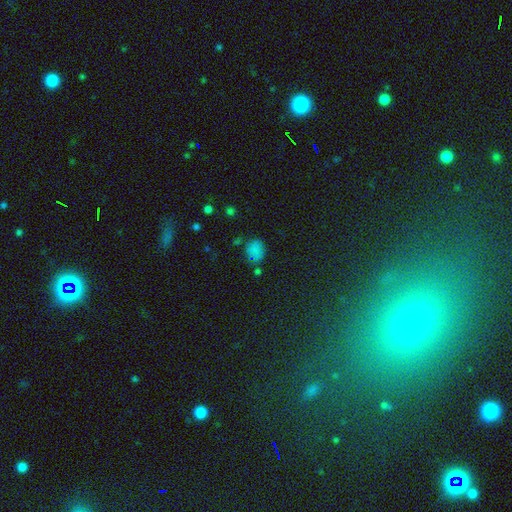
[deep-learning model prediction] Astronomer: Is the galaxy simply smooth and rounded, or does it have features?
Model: smooth — 54% (runner-up: star or artifact, 36%).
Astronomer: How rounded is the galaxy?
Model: round — 57% (runner-up: in between, 40%).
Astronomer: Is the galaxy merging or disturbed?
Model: none — 64%.